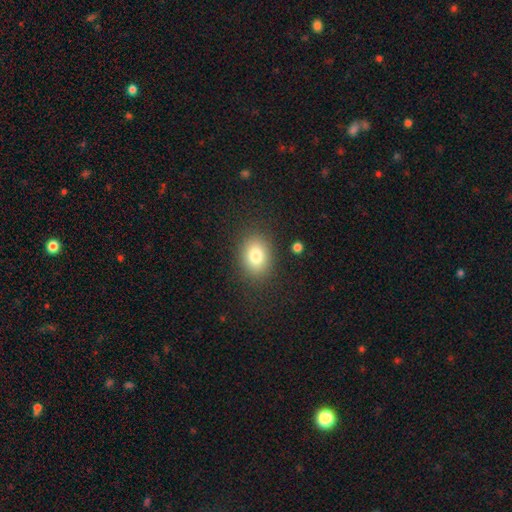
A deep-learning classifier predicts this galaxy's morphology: smooth-or-featured: smooth: 81% | star or artifact: 10% | featured or disk: 9%
  how-rounded: in between: 60% | round: 39% | cigar-shaped: 1%
  merging: none: 86% | minor disturbance: 9% | major disturbance: 4% | merger: 2%